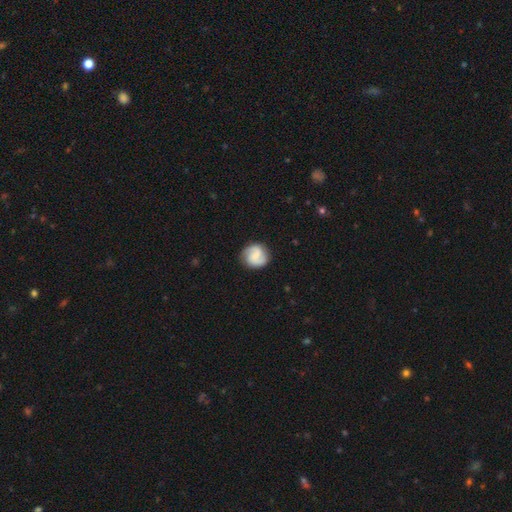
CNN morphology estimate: Smooth or featured? Predicted: featured or disk (p=0.62). Edge-on disk? Predicted: no (p=0.98). Bar? Predicted: weak (p=0.46). Spiral arms? Predicted: yes (p=0.94). Spiral winding? Predicted: medium (p=0.45). Spiral arm count? Predicted: 2 (p=0.82). Bulge size? Predicted: none (p=0.44). Merging? Predicted: none (p=0.83).